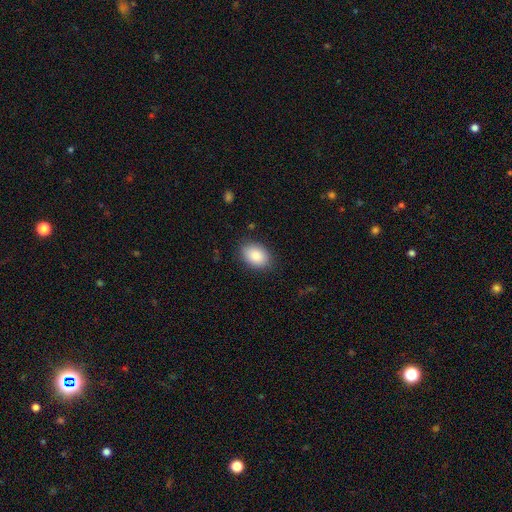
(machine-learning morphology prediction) This appears to be a smooth galaxy with no disk features (87%) that is in between round and cigar-shaped (83%). Merging: none (85%).